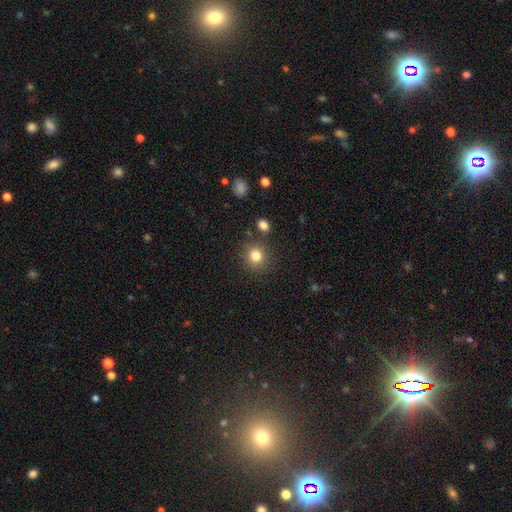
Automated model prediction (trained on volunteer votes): A smooth galaxy with no disk features (82%) that is round (87%). Merging: none (84%).